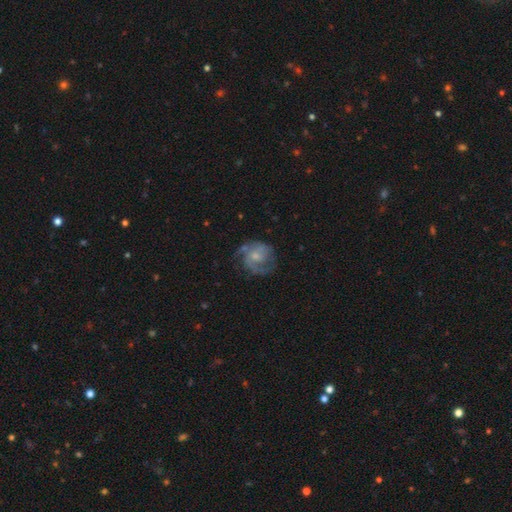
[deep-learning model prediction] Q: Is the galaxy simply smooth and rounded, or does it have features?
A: featured or disk — 75%.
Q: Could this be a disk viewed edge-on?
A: no — 98%.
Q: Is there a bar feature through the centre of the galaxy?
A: no — 65%.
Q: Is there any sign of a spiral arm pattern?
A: yes — 90%.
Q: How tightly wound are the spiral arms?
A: medium — 46%.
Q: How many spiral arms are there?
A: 2 — 56%.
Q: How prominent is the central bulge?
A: small — 53%.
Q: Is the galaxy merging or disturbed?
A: none — 60%.